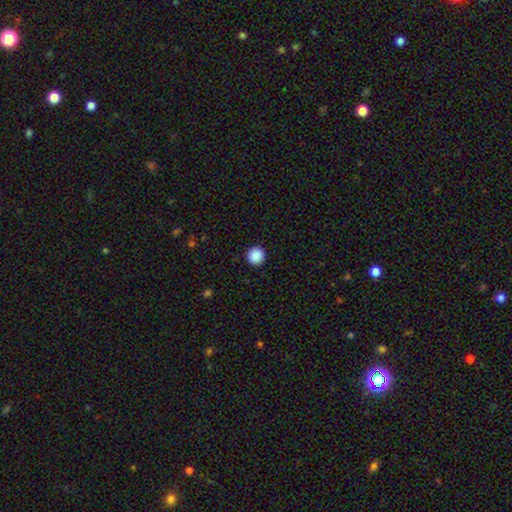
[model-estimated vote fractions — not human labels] smooth-or-featured: smooth: 89% | star or artifact: 9% | featured or disk: 2%
  how-rounded: round: 96% | in between: 3% | cigar-shaped: 1%
  merging: none: 93% | minor disturbance: 4% | major disturbance: 2% | merger: 1%